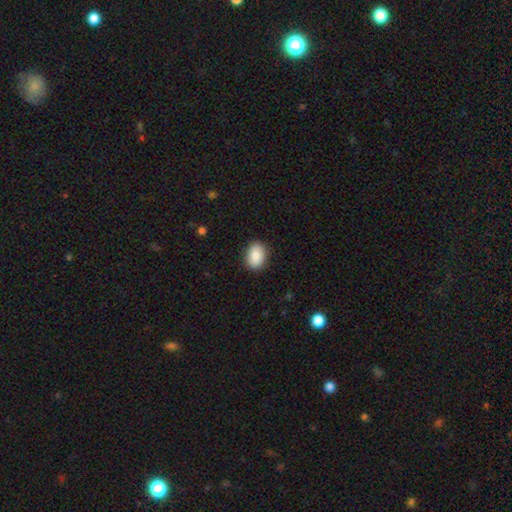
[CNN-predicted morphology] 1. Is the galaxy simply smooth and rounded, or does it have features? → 86% smooth, 7% star or artifact, 6% featured or disk.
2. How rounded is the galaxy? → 72% in between, 27% round, 1% cigar-shaped.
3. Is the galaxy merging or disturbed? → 88% none, 9% minor disturbance, 2% major disturbance, 1% merger.